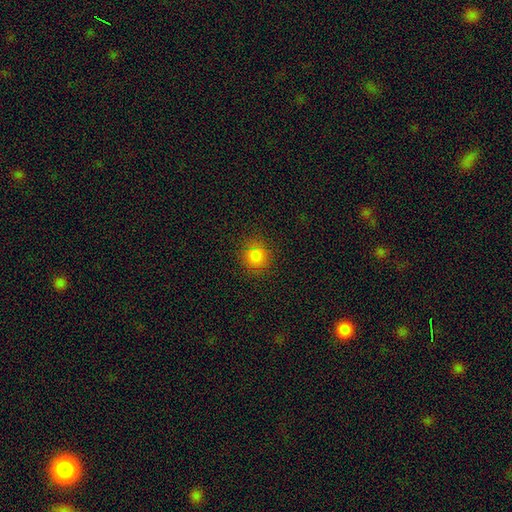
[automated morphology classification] A smooth galaxy with no disk features (83%) that is round (93%).

Vote fractions:
- Smooth or featured? smooth: 83% / star or artifact: 13% / featured or disk: 4%
- How rounded? round: 93% / in between: 6% / cigar-shaped: 1%
- Merging? none: 88% / minor disturbance: 8% / major disturbance: 3% / merger: 1%